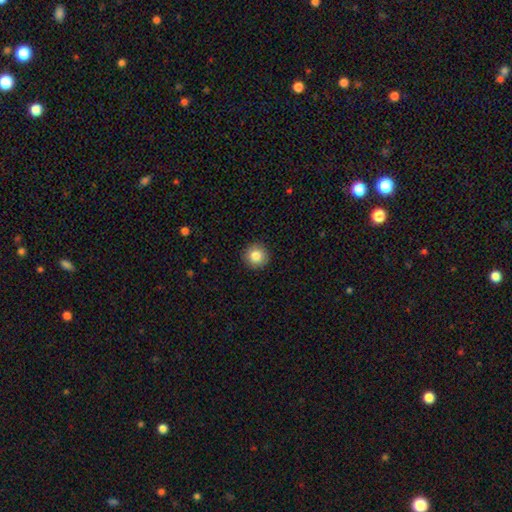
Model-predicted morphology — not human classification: smooth-or-featured: smooth: 85% | star or artifact: 9% | featured or disk: 6%
  how-rounded: round: 95% | in between: 4% | cigar-shaped: 1%
  merging: none: 92% | minor disturbance: 5% | major disturbance: 2% | merger: 1%